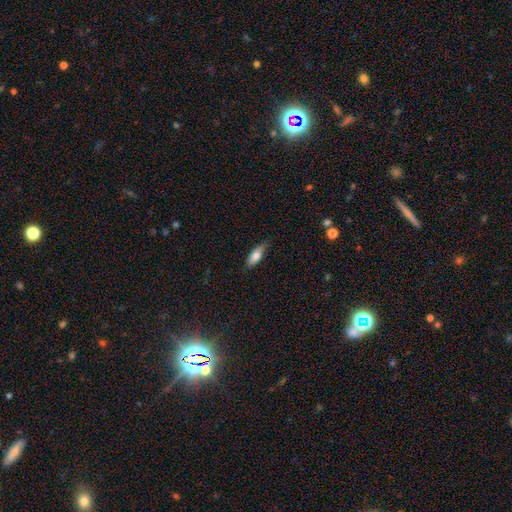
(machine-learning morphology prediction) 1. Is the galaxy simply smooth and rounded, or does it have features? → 76% smooth, 17% featured or disk, 7% star or artifact.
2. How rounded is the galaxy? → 64% in between, 34% cigar-shaped, 2% round.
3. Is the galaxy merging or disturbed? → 74% none, 21% minor disturbance, 4% major disturbance, 1% merger.